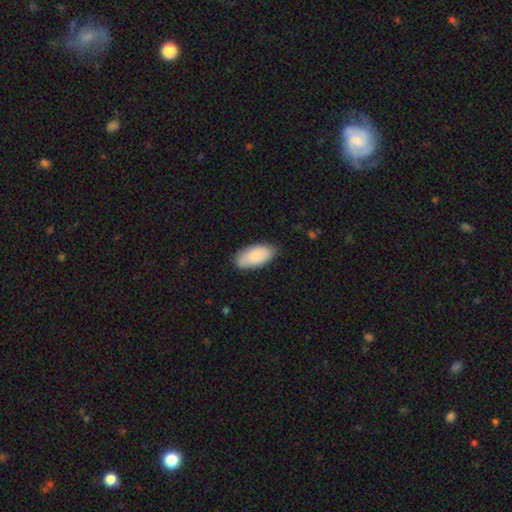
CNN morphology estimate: type=smooth (77%); roundness=in between (94%); merging=none (79%).